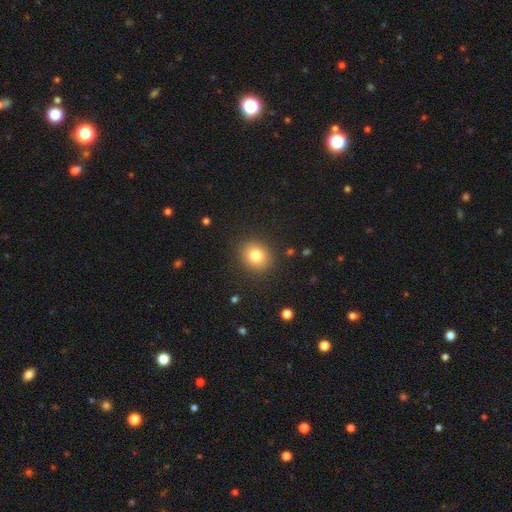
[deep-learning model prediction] smooth_or_featured: smooth (p=0.81) [alt: star or artifact p=0.11]
how_rounded: round (p=0.70) [alt: in between p=0.30]
merging: none (p=0.89) [alt: minor disturbance p=0.07]